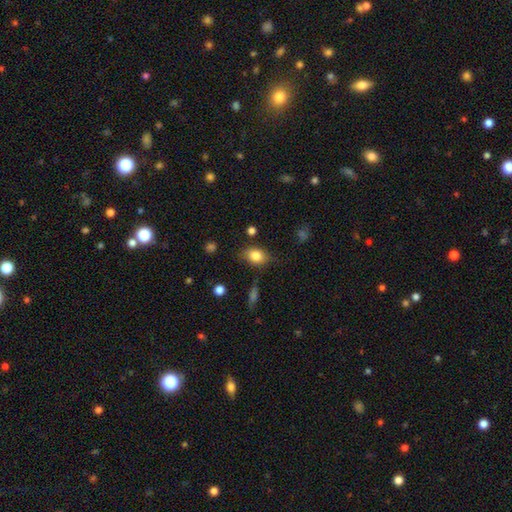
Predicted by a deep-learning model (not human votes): smooth-or-featured: smooth: 82% | featured or disk: 9% | star or artifact: 9%
  how-rounded: in between: 71% | round: 27% | cigar-shaped: 2%
  merging: none: 75% | minor disturbance: 18% | major disturbance: 4% | merger: 3%